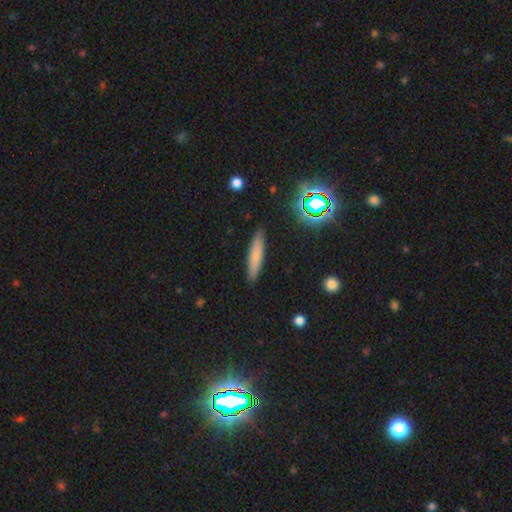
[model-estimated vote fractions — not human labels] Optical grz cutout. It shows a smooth galaxy with no disk features (73%) that is cigar-shaped (87%). Merging: none (89%).